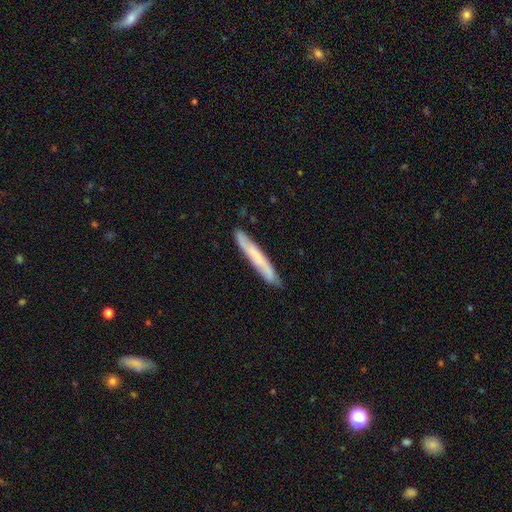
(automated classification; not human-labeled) Smooth or featured?
  - smooth: 57% *
  - featured or disk: 37%
  - star or artifact: 6%
How rounded?
  - cigar-shaped: 96% *
  - in between: 3%
  - round: 1%
Merging?
  - none: 86% *
  - minor disturbance: 11%
  - major disturbance: 2%
  - merger: 1%